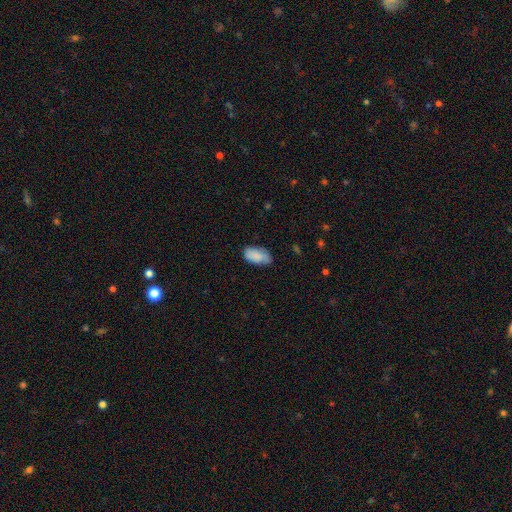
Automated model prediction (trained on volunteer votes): A smooth galaxy with no disk features (85%) that is in between round and cigar-shaped (94%).

Vote fractions:
- Smooth or featured? smooth: 85% / featured or disk: 9% / star or artifact: 7%
- How rounded? in between: 94% / round: 3% / cigar-shaped: 3%
- Merging? none: 68% / minor disturbance: 26% / major disturbance: 5% / merger: 1%